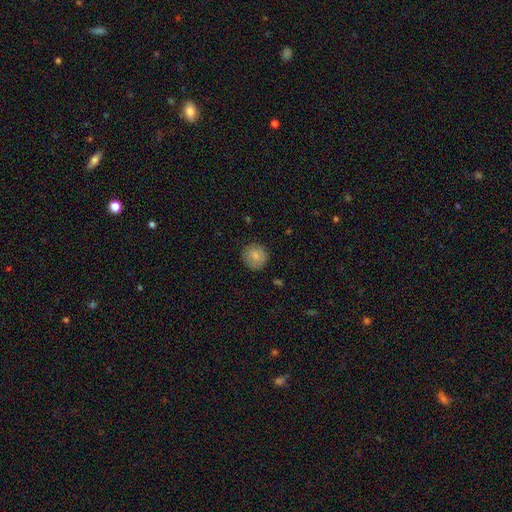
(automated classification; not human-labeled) Smooth or featured? Predicted: smooth (p=0.81). How rounded? Predicted: round (p=0.90). Merging? Predicted: none (p=0.85).